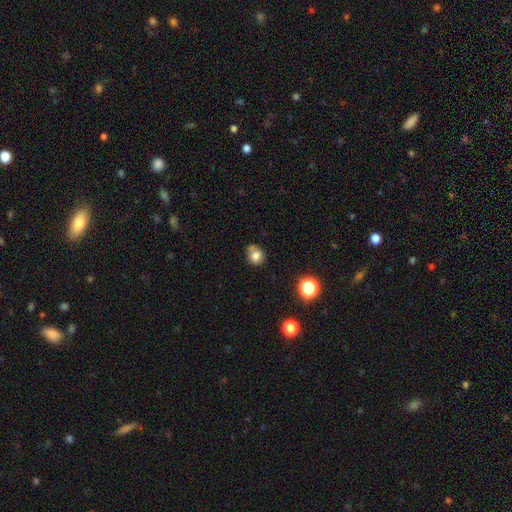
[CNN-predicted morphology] Smooth or featured? smooth (77%)
How rounded? round (72%)
Merging? none (55%)